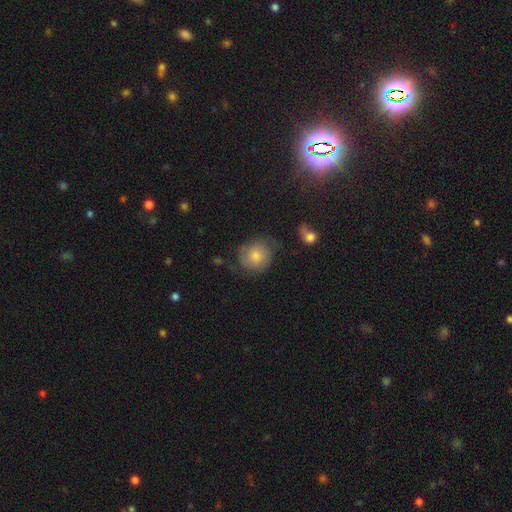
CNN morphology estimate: smooth_or_featured: smooth (p=0.49) [alt: featured or disk p=0.38]
merging: none (p=0.69) [alt: minor disturbance p=0.20]